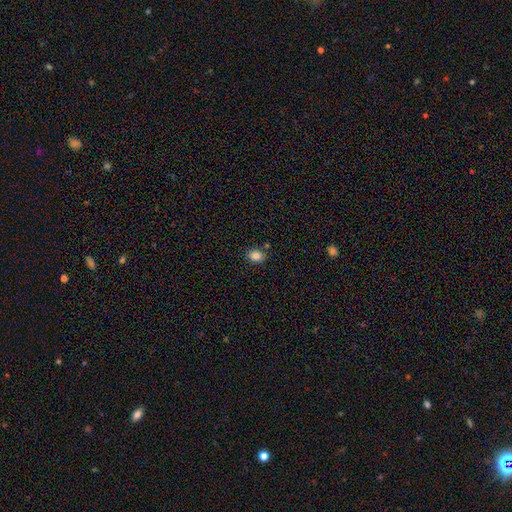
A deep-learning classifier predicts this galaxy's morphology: This is clearly a smooth galaxy (85%). How rounded: likely in between (63%). Merging: clearly none (81%).